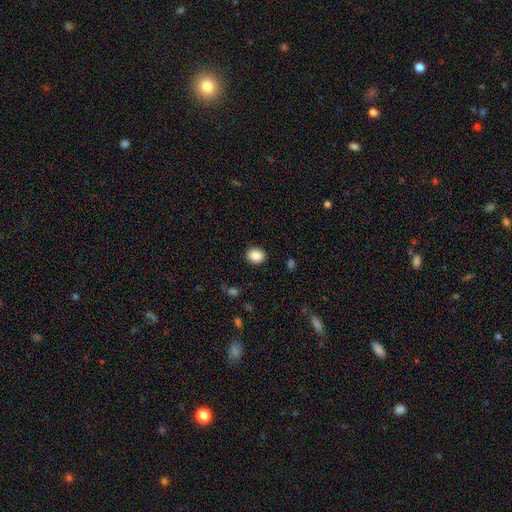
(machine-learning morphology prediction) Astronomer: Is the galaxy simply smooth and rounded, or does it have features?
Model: smooth — 86%.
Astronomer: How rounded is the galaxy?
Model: round — 65%.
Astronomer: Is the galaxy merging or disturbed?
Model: none — 90%.